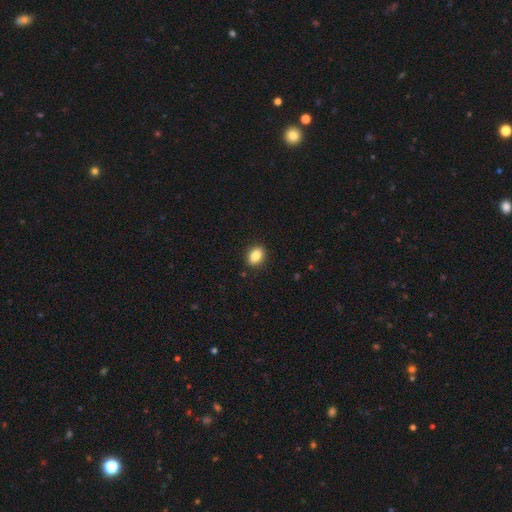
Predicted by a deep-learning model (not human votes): smooth 85%, star or artifact 9%, featured or disk 6%. Down the decision tree: how rounded — in between (74%); merging — none (90%).